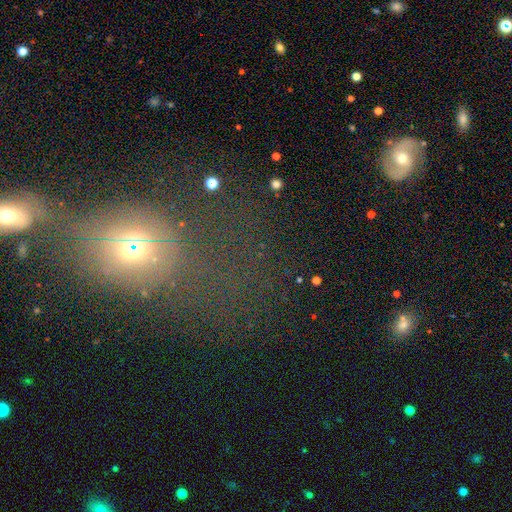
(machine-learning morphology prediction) Smooth or featured? Predicted: smooth (p=0.51). How rounded? Predicted: round (p=0.49). Merging? Predicted: none (p=0.38).